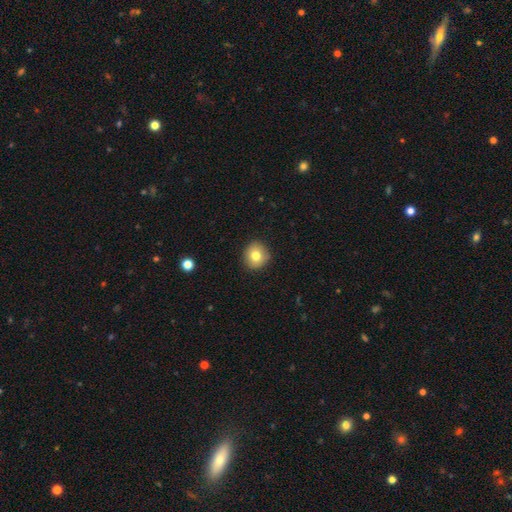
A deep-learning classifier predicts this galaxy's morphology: type=smooth (78%); roundness=round (88%); merging=none (89%).